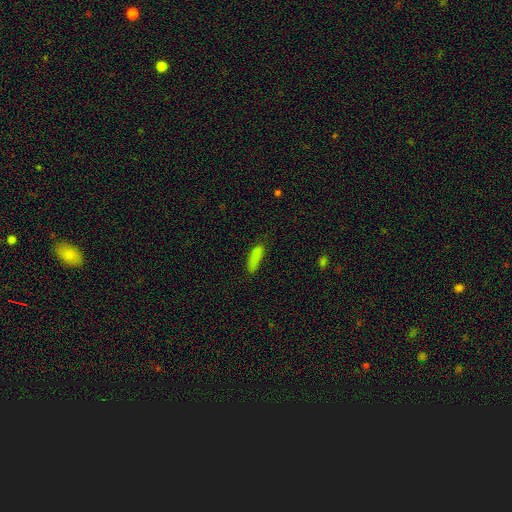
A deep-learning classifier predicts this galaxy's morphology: Overall: smooth (83%). How rounded: in between (54%; cigar-shaped 44%). Merging: none (65%).